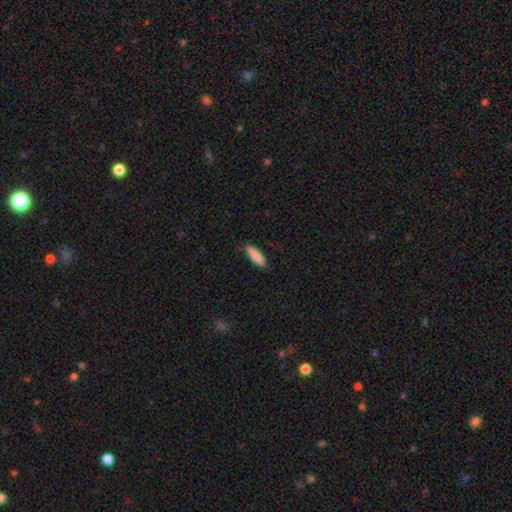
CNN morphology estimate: smooth 87%, featured or disk 7%, star or artifact 6%. Down the decision tree: how rounded — cigar-shaped (65%); merging — none (80%).